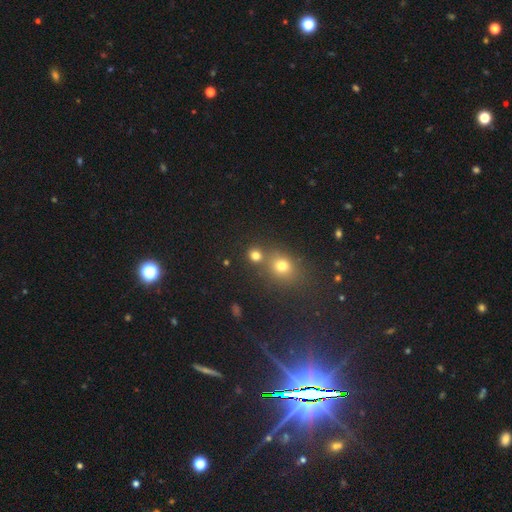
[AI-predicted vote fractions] smooth_or_featured: smooth (p=0.75) [alt: star or artifact p=0.18]
how_rounded: round (p=0.84) [alt: in between p=0.14]
merging: none (p=0.65) [alt: merger p=0.25]